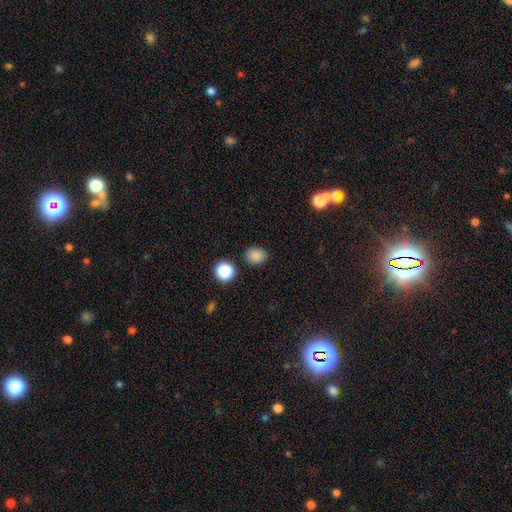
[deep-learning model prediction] Q: Smooth or featured?
A: smooth (84%); runner-up: star or artifact (12%)
Q: How rounded?
A: round (57%); runner-up: in between (42%)
Q: Merging?
A: none (85%); runner-up: minor disturbance (10%)